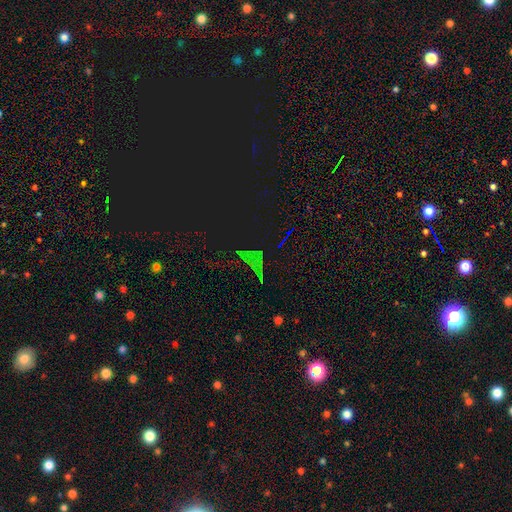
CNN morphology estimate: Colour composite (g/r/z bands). It shows a star or artifact, not a galaxy (72%).